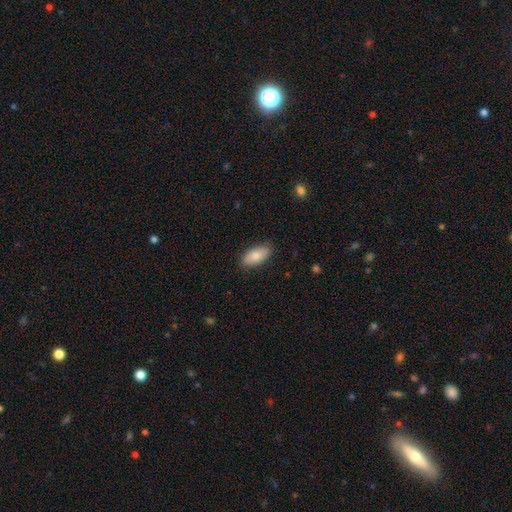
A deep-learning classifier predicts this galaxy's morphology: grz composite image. It shows a smooth galaxy with no disk features (79%) that is in between round and cigar-shaped (92%). Merging: none (86%).